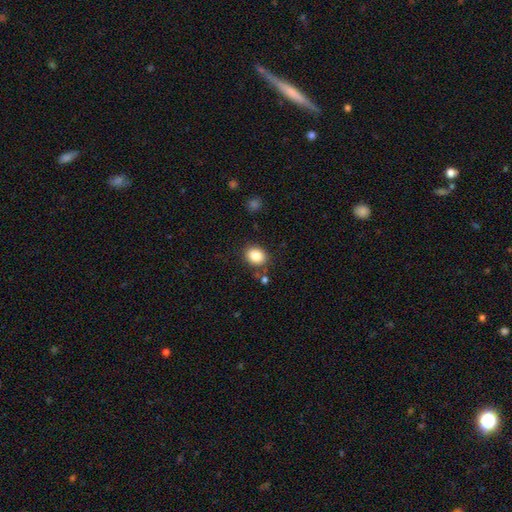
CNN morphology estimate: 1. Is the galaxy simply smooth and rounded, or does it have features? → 85% smooth, 9% star or artifact, 6% featured or disk.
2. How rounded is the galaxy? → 50% in between, 49% round, 1% cigar-shaped.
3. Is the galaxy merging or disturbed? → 83% none, 10% minor disturbance, 4% merger, 3% major disturbance.